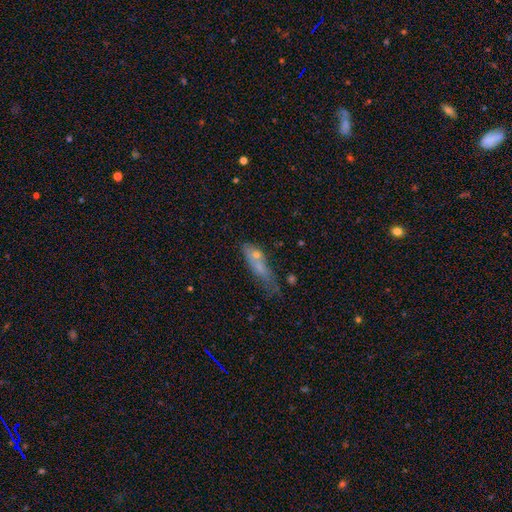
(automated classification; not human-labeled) Smooth or featured? Predicted: smooth (p=0.50). How rounded? Predicted: cigar-shaped (p=0.64). Merging? Predicted: none (p=0.40).